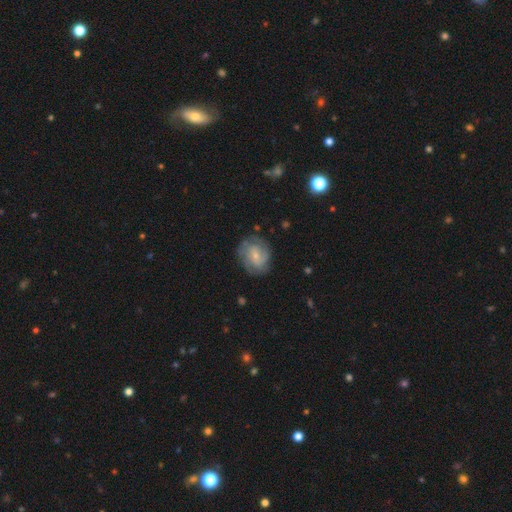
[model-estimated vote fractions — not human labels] This is likely a featured or disk galaxy (63%). It is clearly not viewed edge-on (98%). Bar: likely no (61%). Spiral arm pattern: clearly yes (84%). Spiral arm count: marginally can't tell (38%). Spiral winding: possibly tight (53%). Central bulge: likely small (69%). Merging: likely none (73%).